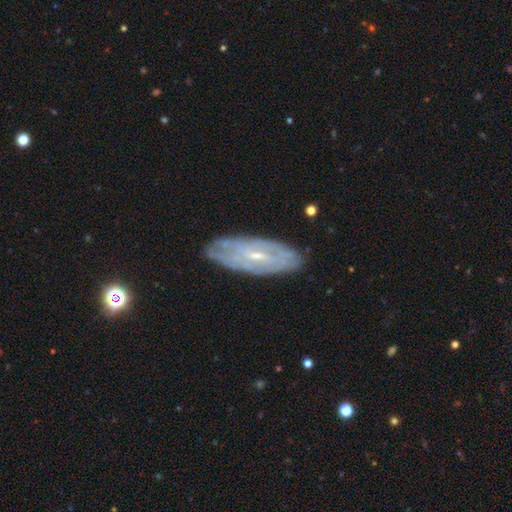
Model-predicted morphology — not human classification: The model was most divided on "bar": weak: 48%, no: 30%, strong: 22%. More confident: edge-on disk — no (82%); merging — none (78%); smooth or featured — featured or disk (72%); spiral arms — yes (72%); bulge size — small (68%).